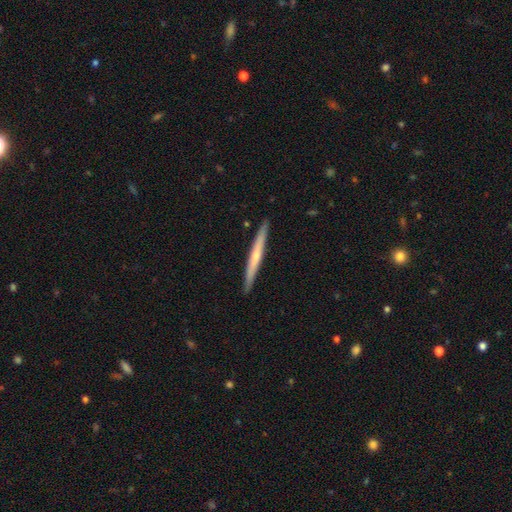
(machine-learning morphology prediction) Overall: featured or disk (51%; smooth 44%). Edge-on disk: yes (97%). Merging: none (92%).